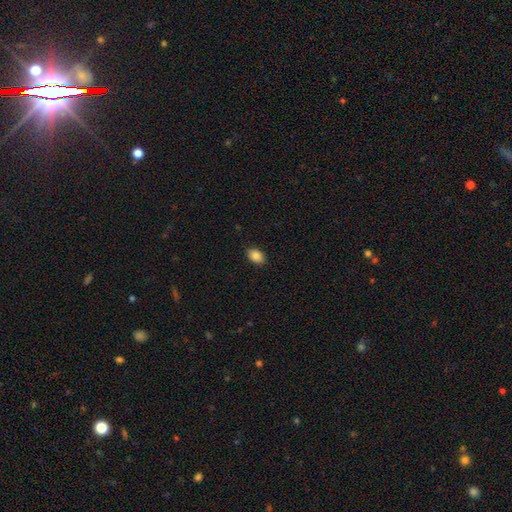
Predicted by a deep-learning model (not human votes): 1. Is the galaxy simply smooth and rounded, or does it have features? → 87% smooth, 8% star or artifact, 5% featured or disk.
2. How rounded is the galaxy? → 85% in between, 13% round, 1% cigar-shaped.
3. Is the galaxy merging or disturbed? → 89% none, 8% minor disturbance, 2% major disturbance, 1% merger.